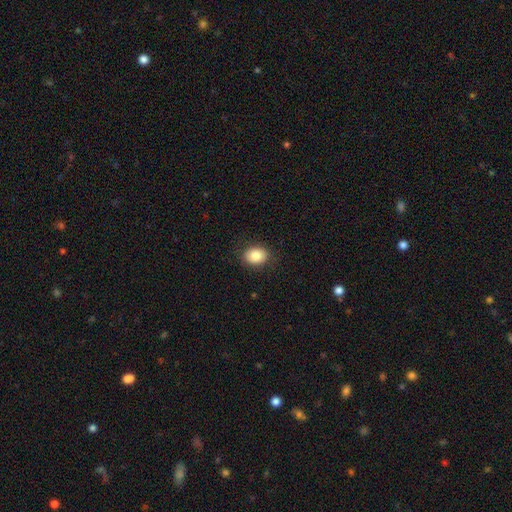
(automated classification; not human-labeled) Morphology: type=smooth (85%); roundness=in between (58%); merging=none (87%).